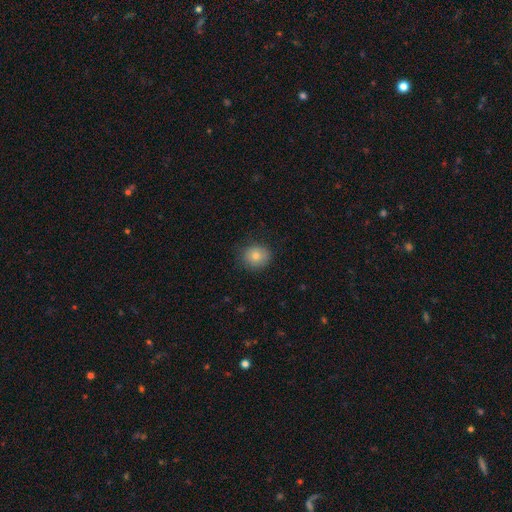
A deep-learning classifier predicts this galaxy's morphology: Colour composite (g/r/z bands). It shows a smooth galaxy with no disk features (79%) that is round (80%). Merging: none (83%).